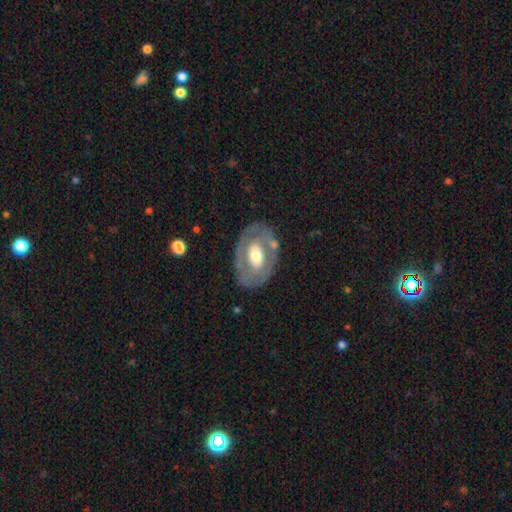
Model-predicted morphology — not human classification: This is possibly a featured or disk galaxy (59%). It is clearly not viewed edge-on (92%). Bar: possibly no (60%). Spiral arm pattern: likely no (77%). Central bulge: possibly moderate (59%). Merging: likely none (76%).